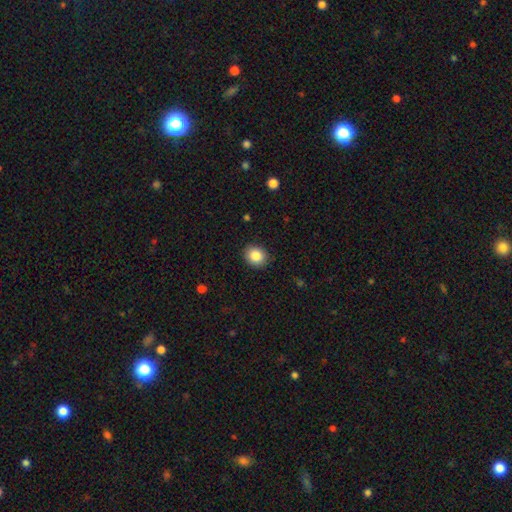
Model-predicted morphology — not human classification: Q: Smooth or featured?
A: smooth (86%); runner-up: star or artifact (9%)
Q: How rounded?
A: round (66%); runner-up: in between (34%)
Q: Merging?
A: none (89%); runner-up: minor disturbance (8%)